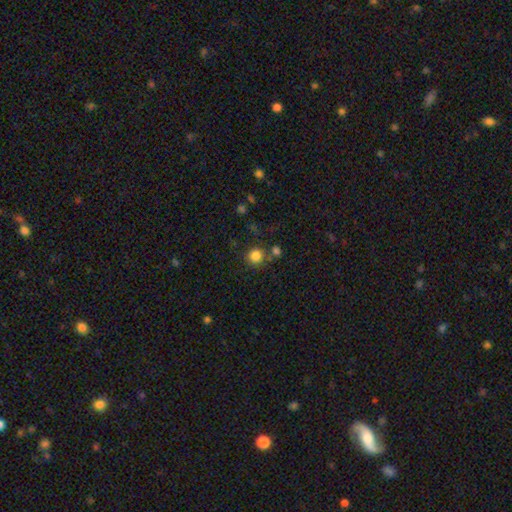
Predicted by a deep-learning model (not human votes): Smooth or featured? smooth (83%)
How rounded? round (92%)
Merging? none (77%)